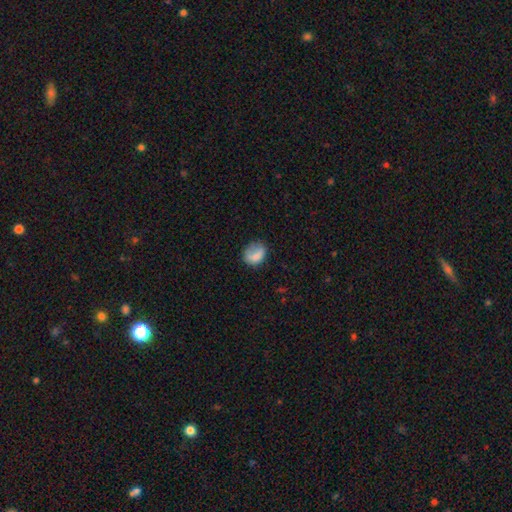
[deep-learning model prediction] Smooth or featured? smooth (77%)
How rounded? round (54%)
Merging? none (54%)